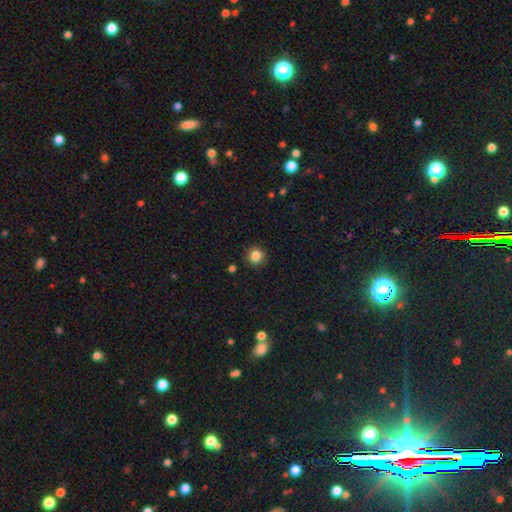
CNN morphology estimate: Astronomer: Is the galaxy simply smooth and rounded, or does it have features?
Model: smooth — 84%.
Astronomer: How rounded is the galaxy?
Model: round — 92%.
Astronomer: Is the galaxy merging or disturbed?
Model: none — 91%.